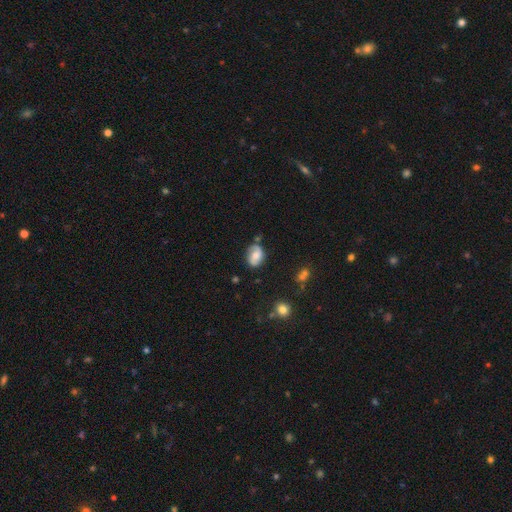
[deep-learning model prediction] Smooth or featured: smooth — 48% (featured or disk — 44%)
Merging: none — 65% (minor disturbance — 24%)